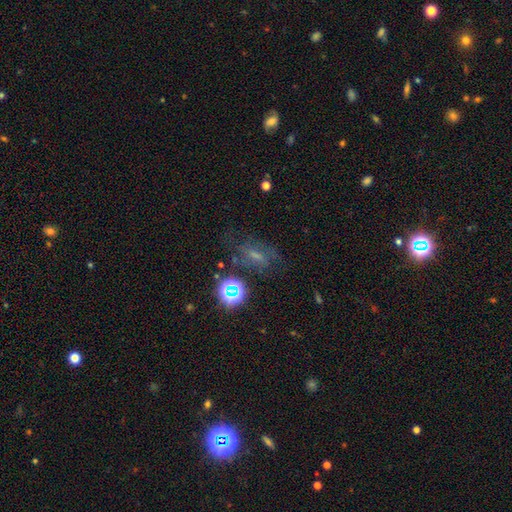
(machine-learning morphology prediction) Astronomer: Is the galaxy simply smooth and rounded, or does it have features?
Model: featured or disk — 37% (runner-up: smooth, 35%).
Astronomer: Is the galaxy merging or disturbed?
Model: none — 56%.